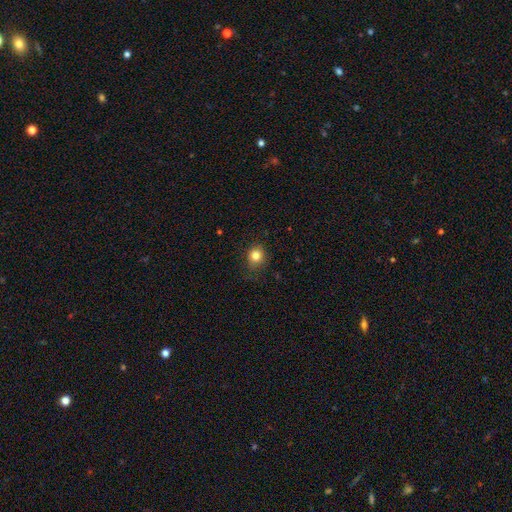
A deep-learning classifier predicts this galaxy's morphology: Smooth or featured?
  - smooth: 83% *
  - star or artifact: 11%
  - featured or disk: 6%
How rounded?
  - round: 79% *
  - in between: 21%
  - cigar-shaped: 1%
Merging?
  - none: 78% *
  - minor disturbance: 17%
  - major disturbance: 4%
  - merger: 1%